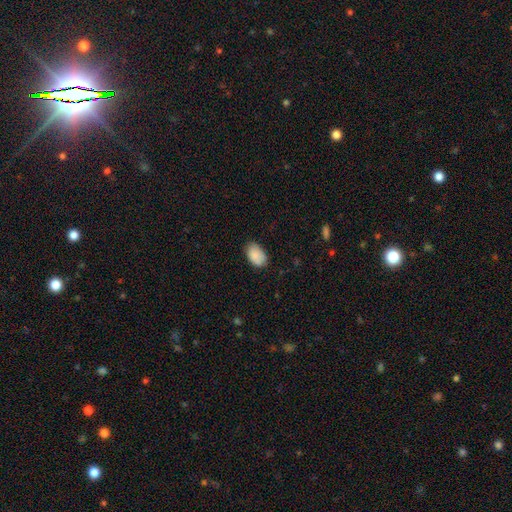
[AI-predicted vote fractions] smooth_or_featured: smooth (p=0.86) [alt: star or artifact p=0.07]
how_rounded: in between (p=0.90) [alt: round p=0.09]
merging: none (p=0.76) [alt: minor disturbance p=0.20]